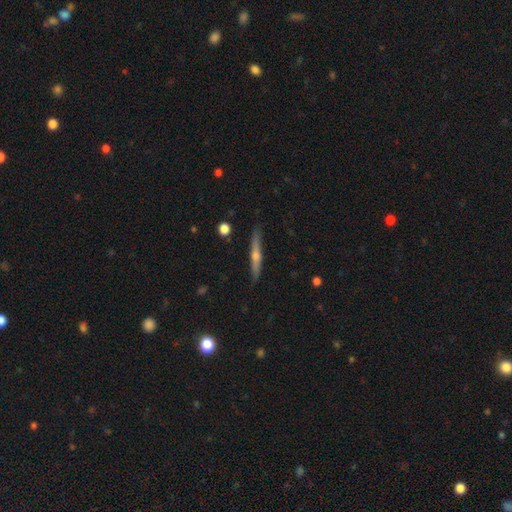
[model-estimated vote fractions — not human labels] Smooth or featured: featured or disk — 68% (smooth — 25%)
Edge-on disk: yes — 97% (no — 3%)
Edge-on bulge: rounded — 84% (none — 13%)
Merging: none — 88% (minor disturbance — 9%)